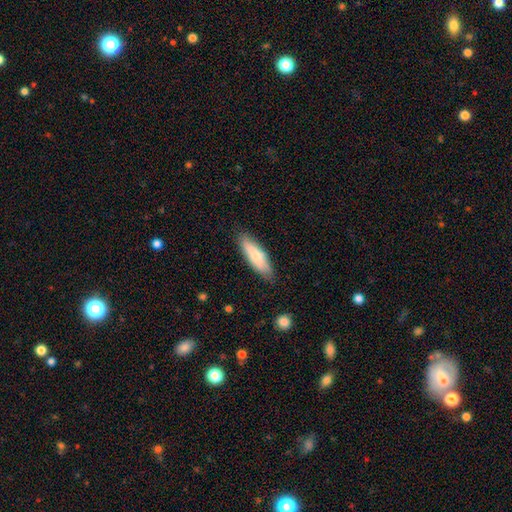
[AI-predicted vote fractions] smooth_or_featured: smooth (p=0.74) [alt: featured or disk p=0.20]
how_rounded: cigar-shaped (p=0.54) [alt: in between p=0.44]
merging: none (p=0.81) [alt: minor disturbance p=0.15]